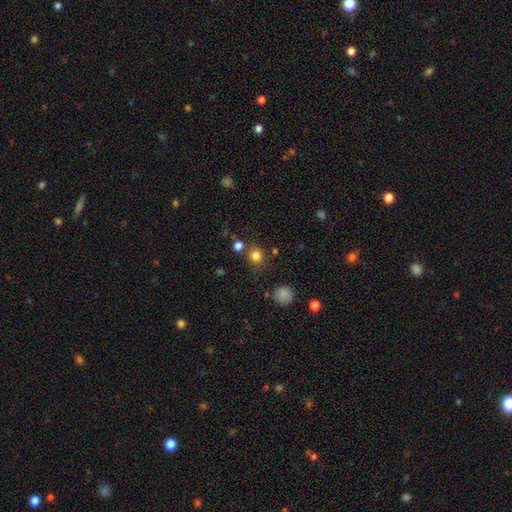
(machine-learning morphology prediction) This is clearly a smooth galaxy (81%). How rounded: clearly round (84%). Merging: likely none (77%).